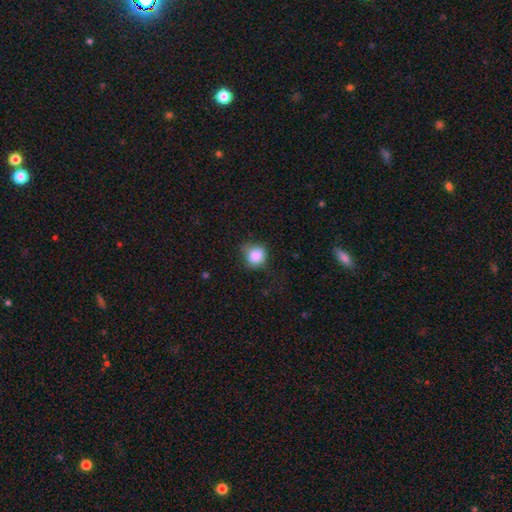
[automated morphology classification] Smooth or featured? smooth (85%)
How rounded? round (79%)
Merging? none (58%)